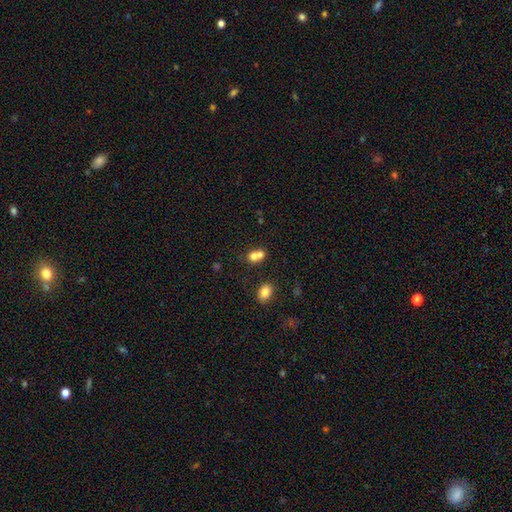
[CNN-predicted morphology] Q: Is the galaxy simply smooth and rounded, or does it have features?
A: smooth — 73%.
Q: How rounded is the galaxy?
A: round — 62%.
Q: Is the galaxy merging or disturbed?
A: merger — 62%.